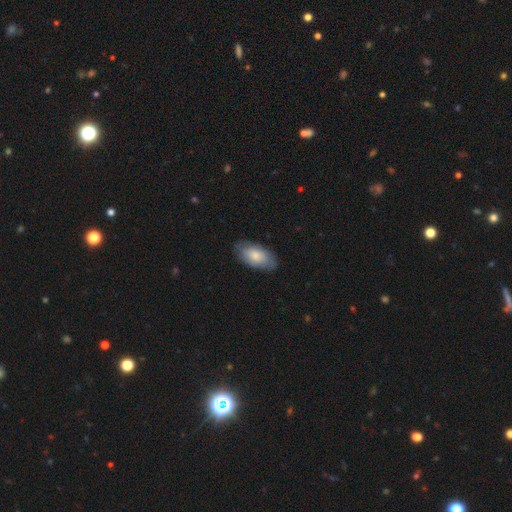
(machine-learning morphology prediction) smooth 76%, featured or disk 18%, star or artifact 6%. Down the decision tree: how rounded — in between (94%); merging — none (79%).